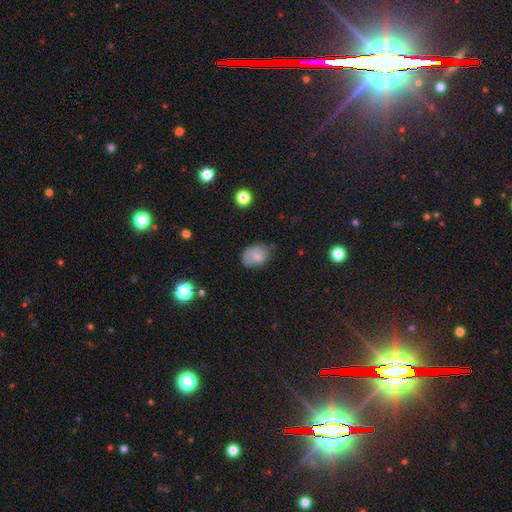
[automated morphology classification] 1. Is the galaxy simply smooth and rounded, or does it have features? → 75% smooth, 15% featured or disk, 10% star or artifact.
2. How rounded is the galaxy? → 73% in between, 26% round, 1% cigar-shaped.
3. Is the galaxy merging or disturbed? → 53% none, 34% minor disturbance, 11% major disturbance, 2% merger.